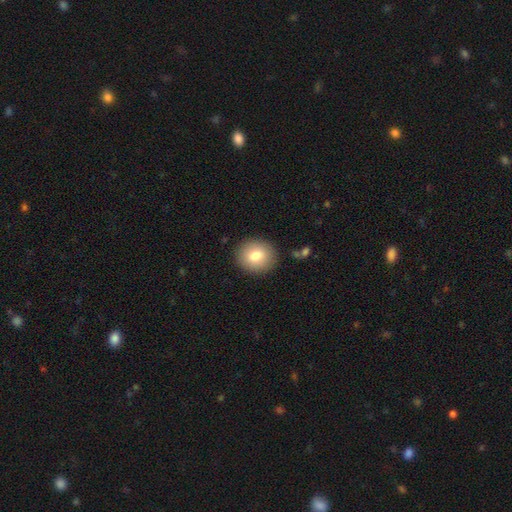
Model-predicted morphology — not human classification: type=smooth (80%); roundness=round (76%); merging=none (88%).